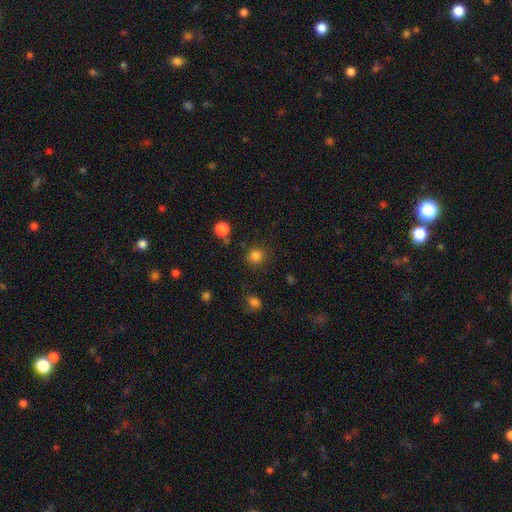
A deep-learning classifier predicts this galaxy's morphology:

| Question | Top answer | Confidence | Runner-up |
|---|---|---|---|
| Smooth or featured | smooth | 82% | star or artifact (14%) |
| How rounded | round | 89% | in between (10%) |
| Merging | none | 85% | minor disturbance (9%) |